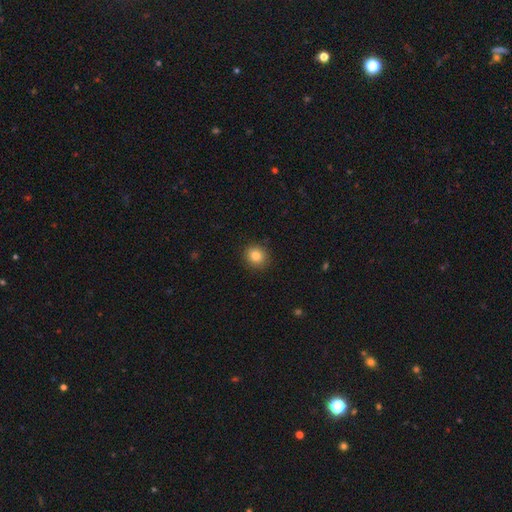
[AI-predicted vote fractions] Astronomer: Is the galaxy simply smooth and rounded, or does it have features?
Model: smooth — 84%.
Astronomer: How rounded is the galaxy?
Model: round — 83%.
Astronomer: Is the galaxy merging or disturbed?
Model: none — 90%.